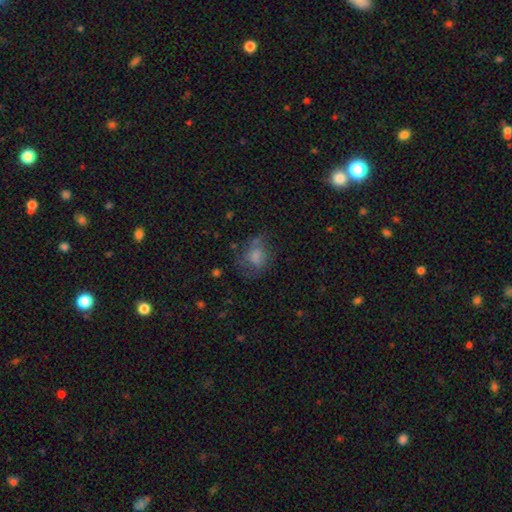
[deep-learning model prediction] smooth-or-featured: smooth: 65% | featured or disk: 22% | star or artifact: 12%
  how-rounded: round: 51% | in between: 48% | cigar-shaped: 1%
  merging: none: 48% | minor disturbance: 25% | major disturbance: 23% | merger: 4%